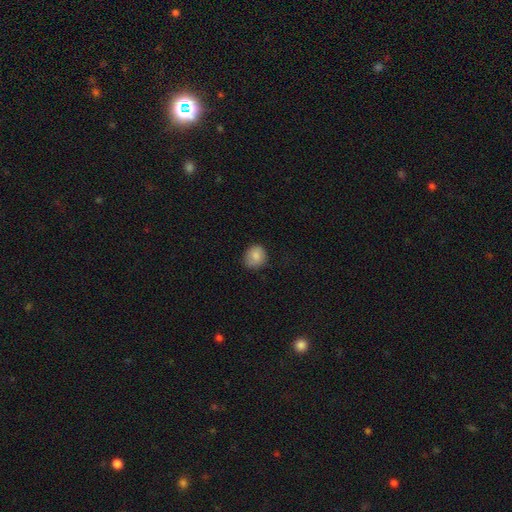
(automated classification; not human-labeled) A smooth galaxy with no disk features (85%) that is round (79%). Merging: none (78%).